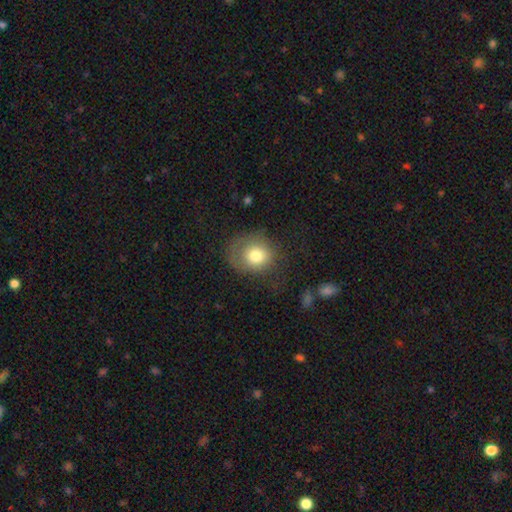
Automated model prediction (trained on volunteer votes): Smooth or featured? smooth (74%)
How rounded? round (69%)
Merging? none (55%)